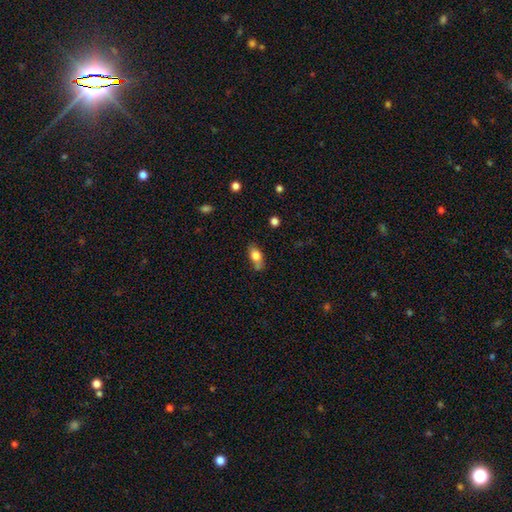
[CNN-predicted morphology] A smooth galaxy with no disk features (75%) that is in between round and cigar-shaped (81%). Merging: none (59%).